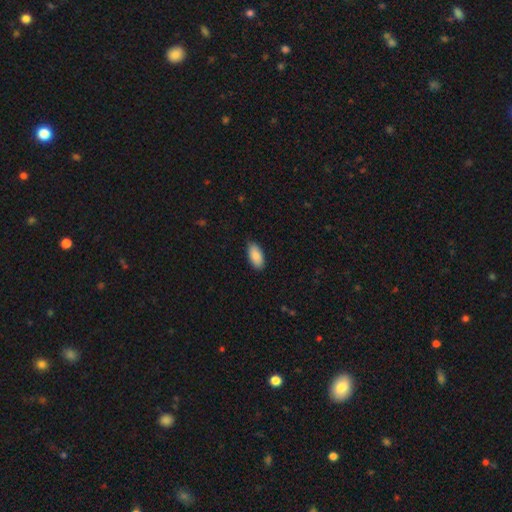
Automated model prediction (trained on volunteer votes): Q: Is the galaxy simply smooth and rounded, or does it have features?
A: smooth — 89%.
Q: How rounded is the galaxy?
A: in between — 93%.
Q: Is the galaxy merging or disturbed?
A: none — 86%.